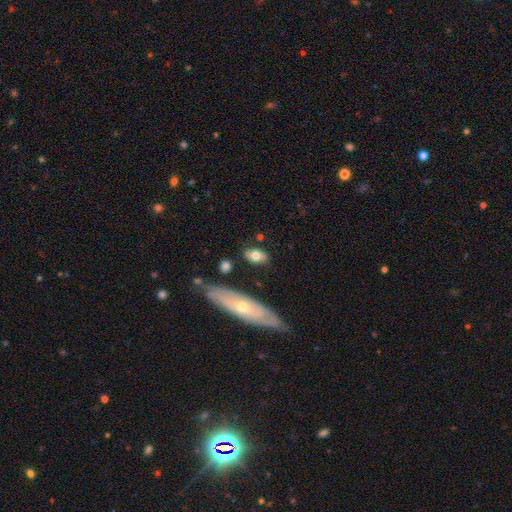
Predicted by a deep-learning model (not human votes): smooth-or-featured: smooth: 71% | featured or disk: 22% | star or artifact: 7%
  how-rounded: in between: 81% | round: 13% | cigar-shaped: 6%
  merging: none: 77% | minor disturbance: 14% | merger: 5% | major disturbance: 4%